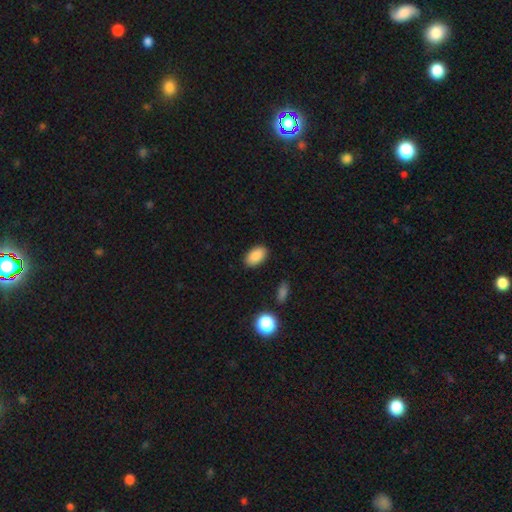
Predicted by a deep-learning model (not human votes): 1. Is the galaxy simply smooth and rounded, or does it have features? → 88% smooth, 8% star or artifact, 4% featured or disk.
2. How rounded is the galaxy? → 92% in between, 7% round, 2% cigar-shaped.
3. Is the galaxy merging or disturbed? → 87% none, 9% minor disturbance, 2% major disturbance, 1% merger.